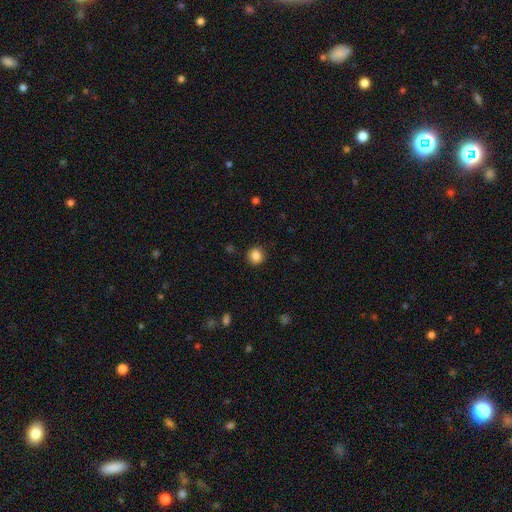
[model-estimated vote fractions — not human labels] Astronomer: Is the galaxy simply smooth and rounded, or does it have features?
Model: smooth — 86%.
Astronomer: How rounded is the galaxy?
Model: round — 90%.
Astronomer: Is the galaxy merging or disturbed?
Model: none — 91%.